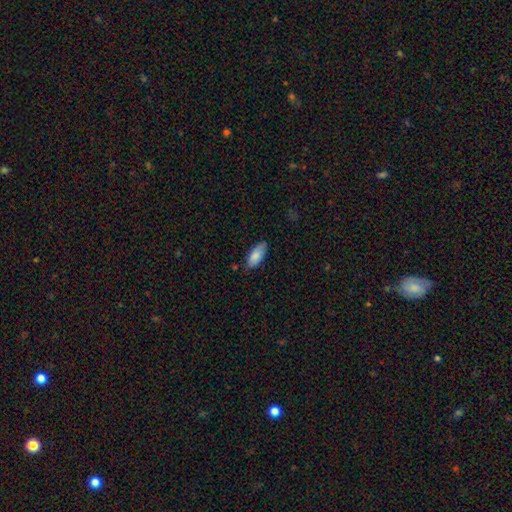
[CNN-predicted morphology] The model was most divided on "merging": none: 77%, minor disturbance: 18%, major disturbance: 3%, merger: 2%. More confident: how rounded — in between (88%); smooth or featured — smooth (84%).